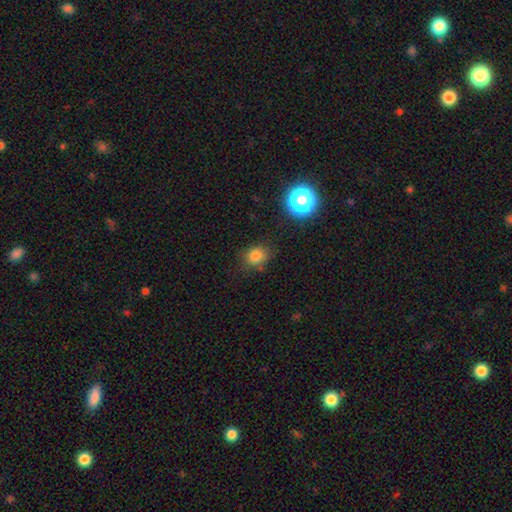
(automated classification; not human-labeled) A smooth galaxy with no disk features (79%) that is round (69%). Merging: none (78%).